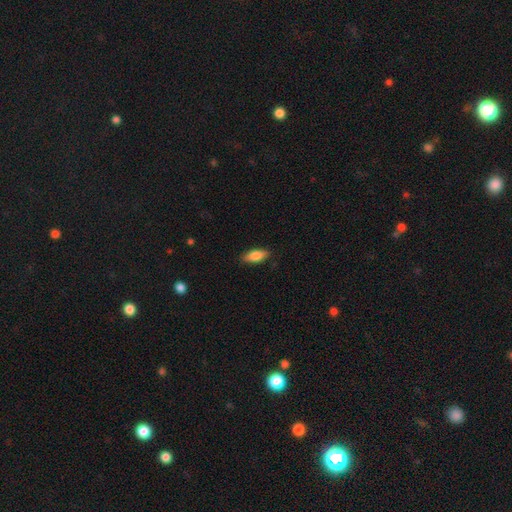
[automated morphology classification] Q: Smooth or featured?
A: smooth (83%); runner-up: featured or disk (11%)
Q: How rounded?
A: in between (80%); runner-up: cigar-shaped (18%)
Q: Merging?
A: none (87%); runner-up: minor disturbance (10%)